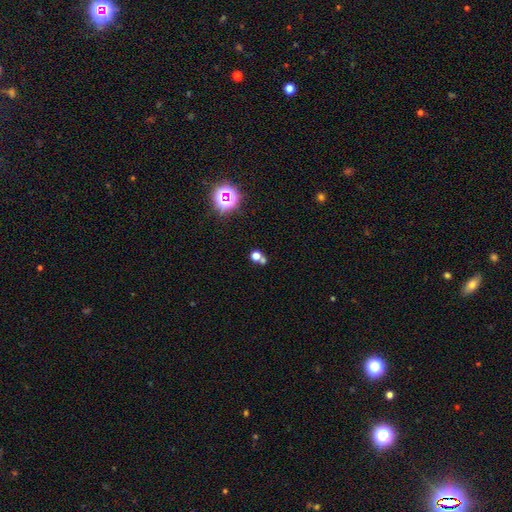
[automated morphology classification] Smooth or featured?
  - smooth: 59% *
  - star or artifact: 31%
  - featured or disk: 10%
How rounded?
  - round: 81% *
  - in between: 17%
  - cigar-shaped: 1%
Merging?
  - none: 52% *
  - merger: 37%
  - minor disturbance: 7%
  - major disturbance: 4%